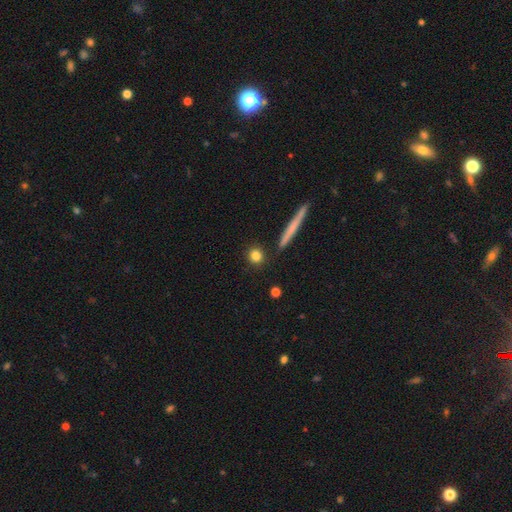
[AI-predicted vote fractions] Q: Smooth or featured?
A: smooth (82%); runner-up: star or artifact (9%)
Q: How rounded?
A: round (82%); runner-up: in between (12%)
Q: Merging?
A: none (87%); runner-up: minor disturbance (7%)